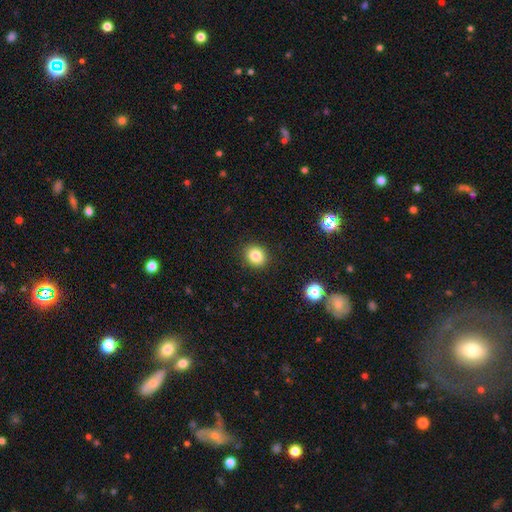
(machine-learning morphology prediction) This appears to be a smooth galaxy with no disk features (84%) that is round (65%). Merging: none (90%).